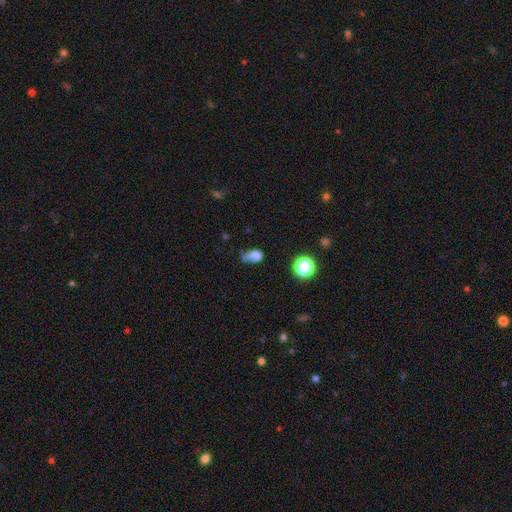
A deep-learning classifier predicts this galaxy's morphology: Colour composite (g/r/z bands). It shows a smooth galaxy with no disk features (73%) that is in between round and cigar-shaped (49%). Merging: minor disturbance (31%).